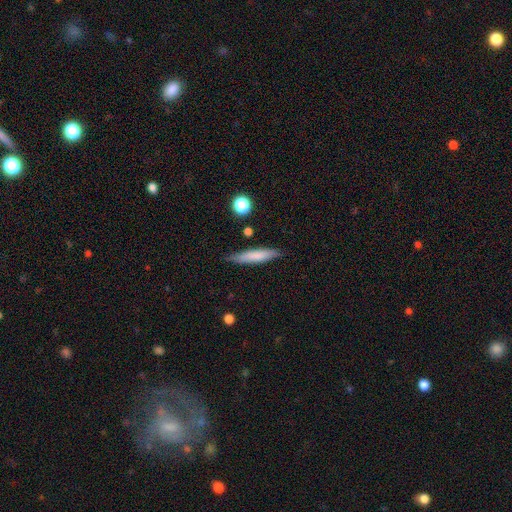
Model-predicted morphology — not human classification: Smooth or featured? smooth (72%)
How rounded? cigar-shaped (88%)
Merging? none (82%)